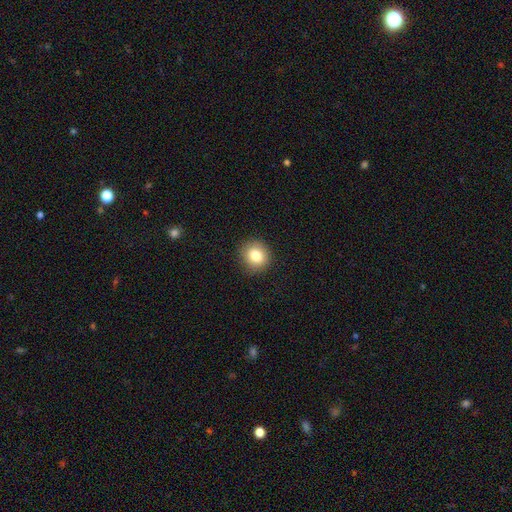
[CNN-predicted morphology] A smooth galaxy with no disk features (82%) that is round (87%). Merging: none (90%).